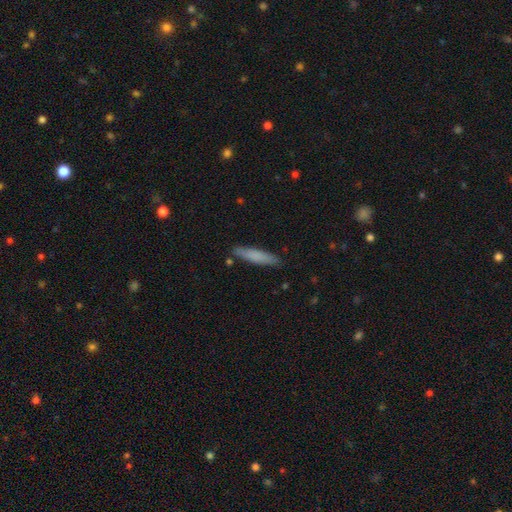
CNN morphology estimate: Overall: smooth (76%). How rounded: cigar-shaped (84%). Merging: none (84%).